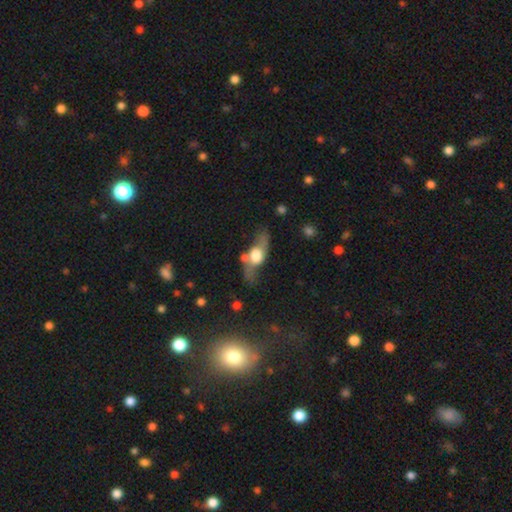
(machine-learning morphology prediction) Q: Smooth or featured?
A: featured or disk (58%); runner-up: smooth (36%)
Q: Edge-on disk?
A: no (53%); runner-up: yes (47%)
Q: Merging?
A: none (58%); runner-up: minor disturbance (22%)